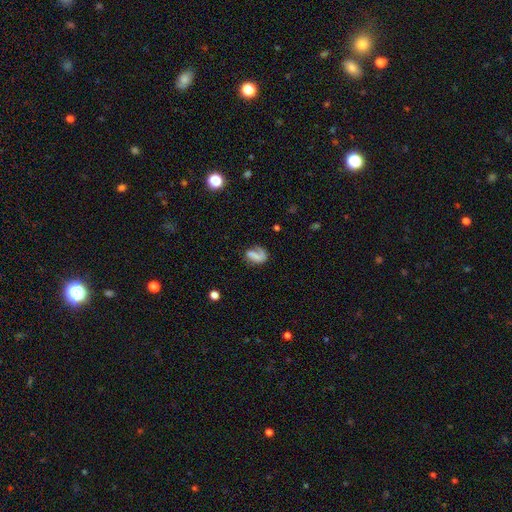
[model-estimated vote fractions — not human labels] A featured or disk galaxy (45%).

Vote fractions:
- Smooth or featured? featured or disk: 45% / smooth: 44% / star or artifact: 11%
- Merging? none: 46% / major disturbance: 28% / minor disturbance: 22% / merger: 4%